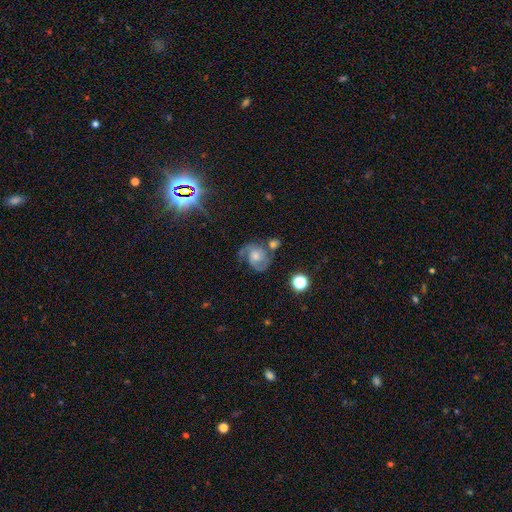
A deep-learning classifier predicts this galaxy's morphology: A featured or disk galaxy (75%) with no bar (70%), 2 (78%) medium (48%) spiral arms (95%) and a moderate central bulge (56%). Merging: none (59%).